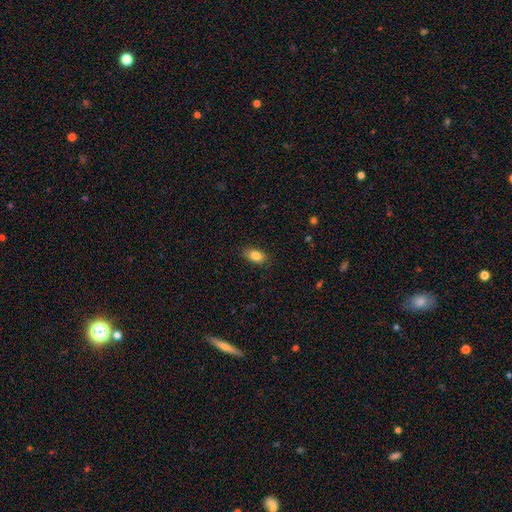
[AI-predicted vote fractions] Smooth or featured: smooth — 85% (star or artifact — 8%)
How rounded: in between — 90% (round — 7%)
Merging: none — 86% (minor disturbance — 11%)